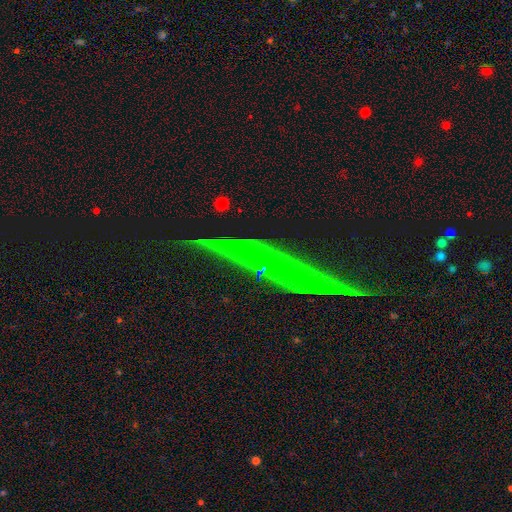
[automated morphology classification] The model was most divided on "smooth or featured": star or artifact: 45%, featured or disk: 38%, smooth: 17%.